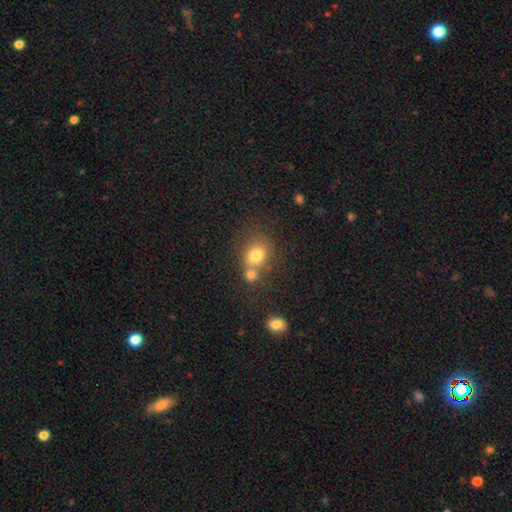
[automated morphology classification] Q: Smooth or featured?
A: smooth (76%); runner-up: star or artifact (12%)
Q: How rounded?
A: round (66%); runner-up: in between (33%)
Q: Merging?
A: none (44%); runner-up: merger (41%)